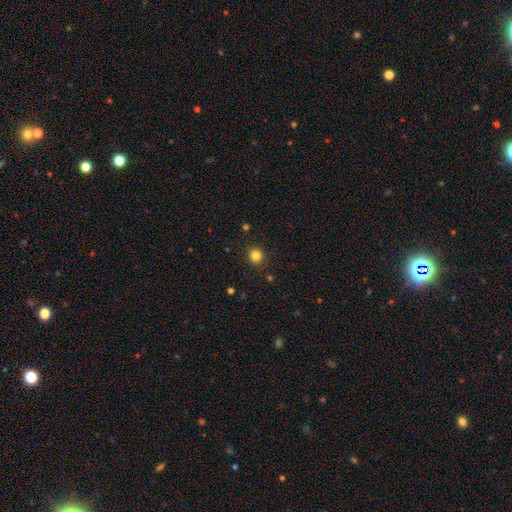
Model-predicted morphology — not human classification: type=smooth (83%); roundness=round (85%); merging=none (90%).